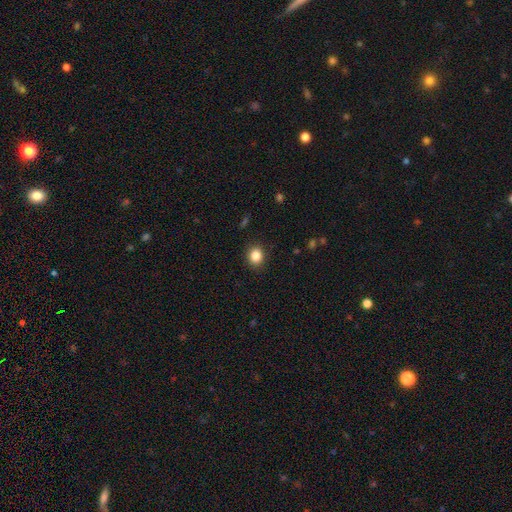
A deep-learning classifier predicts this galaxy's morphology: type=smooth (86%); roundness=round (74%); merging=none (89%).